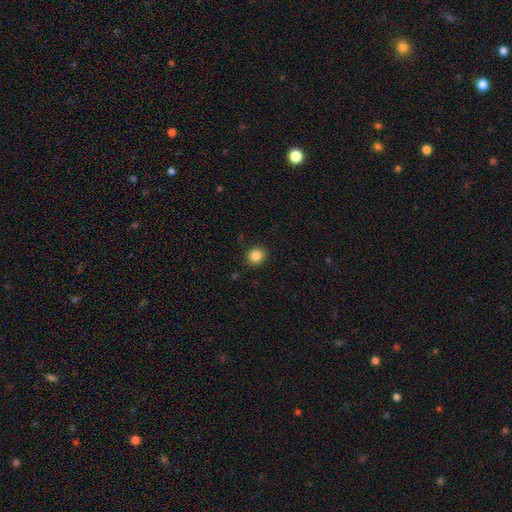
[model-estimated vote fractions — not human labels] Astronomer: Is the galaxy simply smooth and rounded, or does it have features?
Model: smooth — 85%.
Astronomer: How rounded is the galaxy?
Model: round — 85%.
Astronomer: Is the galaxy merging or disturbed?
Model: none — 90%.